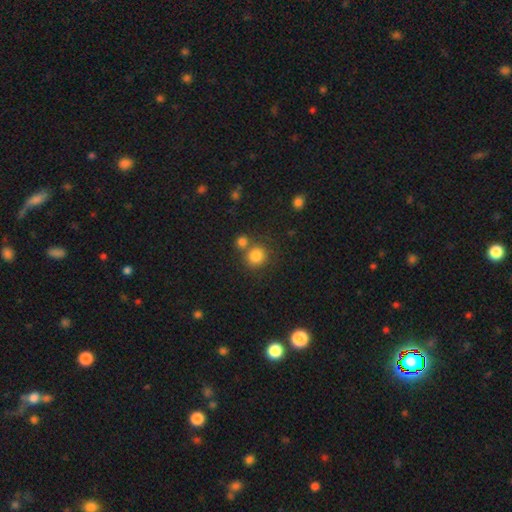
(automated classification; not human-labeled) Q: Smooth or featured?
A: smooth (83%); runner-up: star or artifact (12%)
Q: How rounded?
A: round (87%); runner-up: in between (12%)
Q: Merging?
A: none (63%); runner-up: merger (25%)